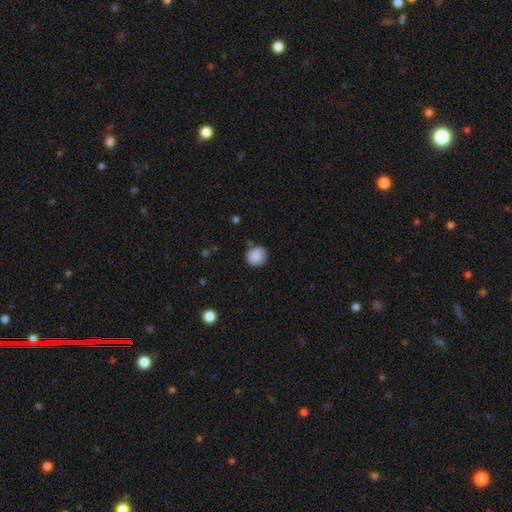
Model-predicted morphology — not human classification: Smooth or featured? smooth (88%)
How rounded? round (91%)
Merging? none (83%)